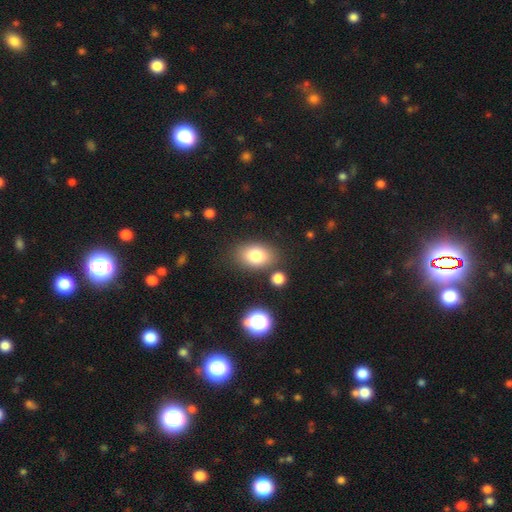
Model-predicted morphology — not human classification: Smooth or featured? Predicted: smooth (p=0.80). How rounded? Predicted: in between (p=0.81). Merging? Predicted: none (p=0.79).